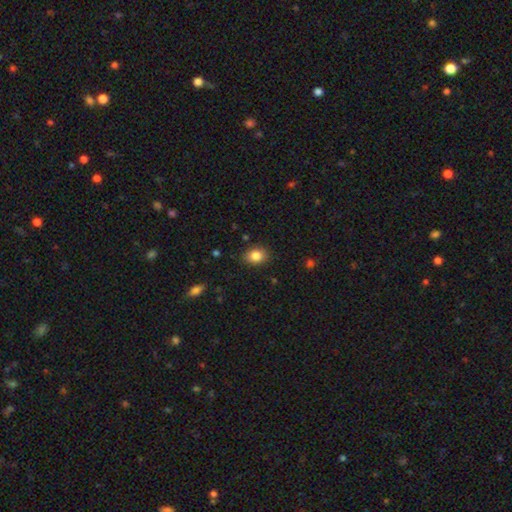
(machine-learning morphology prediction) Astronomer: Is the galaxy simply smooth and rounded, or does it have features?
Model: smooth — 84%.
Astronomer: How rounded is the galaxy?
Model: in between — 65%.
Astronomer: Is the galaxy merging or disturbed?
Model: none — 86%.